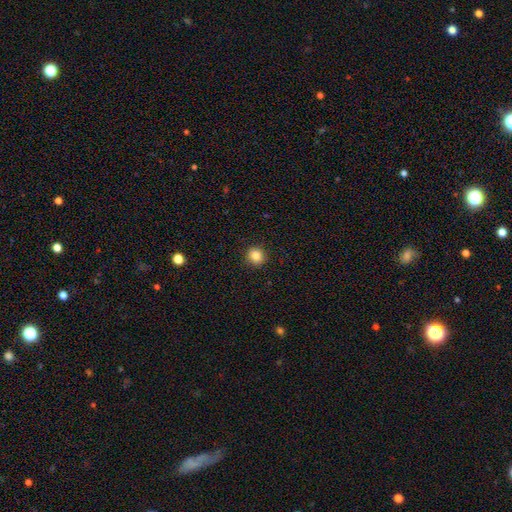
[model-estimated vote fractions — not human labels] smooth 85%, star or artifact 11%, featured or disk 5%. Down the decision tree: how rounded — round (89%); merging — none (91%).